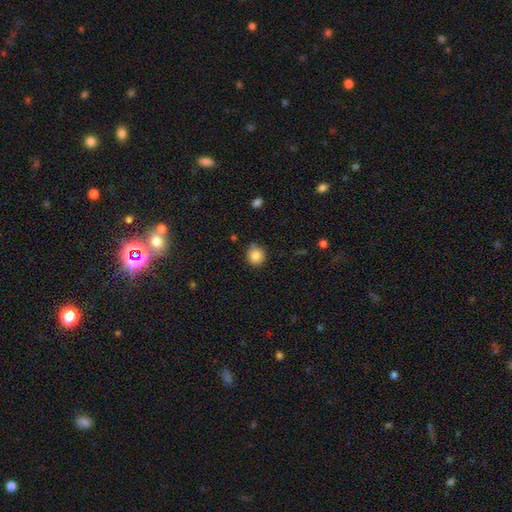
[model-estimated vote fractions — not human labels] smooth 84%, star or artifact 10%, featured or disk 6%. Down the decision tree: how rounded — round (91%); merging — none (81%).